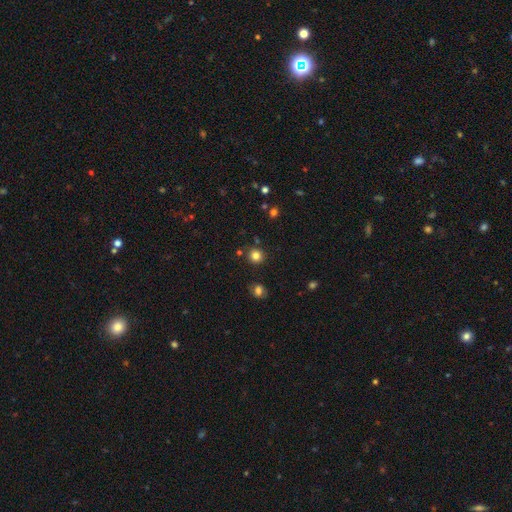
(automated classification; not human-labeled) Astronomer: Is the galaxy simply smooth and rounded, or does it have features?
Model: smooth — 81%.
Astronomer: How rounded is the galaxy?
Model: round — 91%.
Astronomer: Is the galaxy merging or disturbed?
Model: none — 87%.